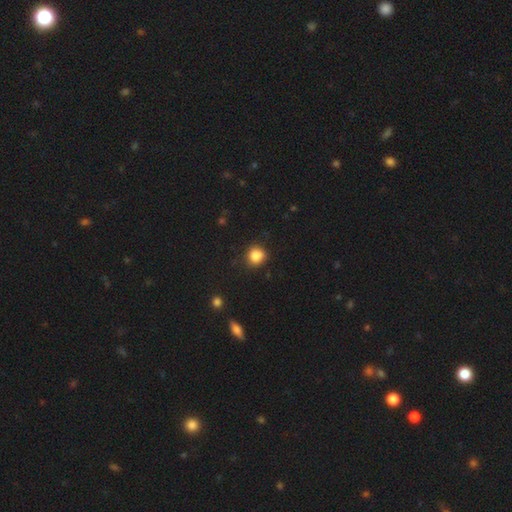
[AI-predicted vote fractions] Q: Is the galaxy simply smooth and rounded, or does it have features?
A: smooth — 84%.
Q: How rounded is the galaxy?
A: round — 77%.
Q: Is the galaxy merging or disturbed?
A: none — 74%.